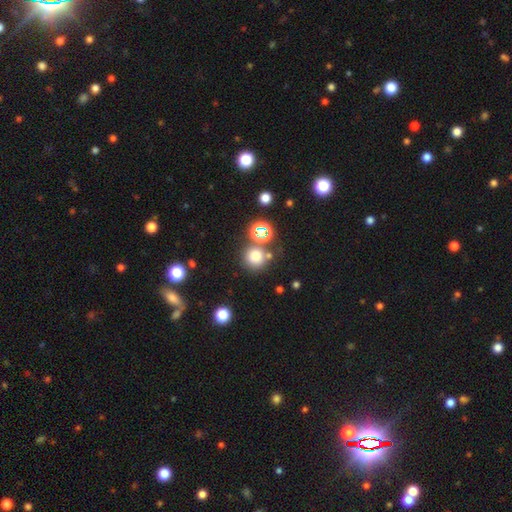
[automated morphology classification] Overall: smooth (71%). How rounded: round (91%). Merging: none (69%).